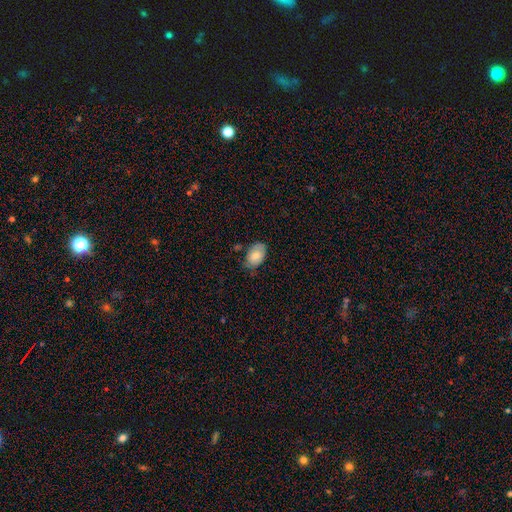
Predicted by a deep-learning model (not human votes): Overall: smooth (74%). How rounded: in between (89%). Merging: none (61%; minor disturbance 29%).